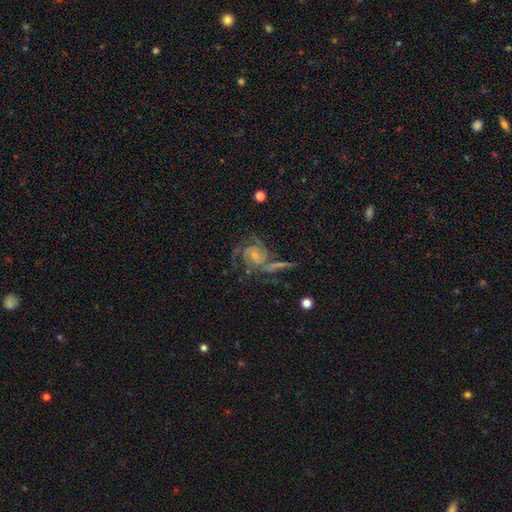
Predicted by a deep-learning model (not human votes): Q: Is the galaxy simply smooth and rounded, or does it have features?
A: featured or disk — 87%.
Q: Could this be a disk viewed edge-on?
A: no — 97%.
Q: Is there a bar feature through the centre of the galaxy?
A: no — 58%.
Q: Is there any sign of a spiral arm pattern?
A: yes — 97%.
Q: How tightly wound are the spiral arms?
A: tight — 46%.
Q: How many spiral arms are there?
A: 2 — 45%.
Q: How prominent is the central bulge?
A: small — 69%.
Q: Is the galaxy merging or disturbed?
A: none — 50%.